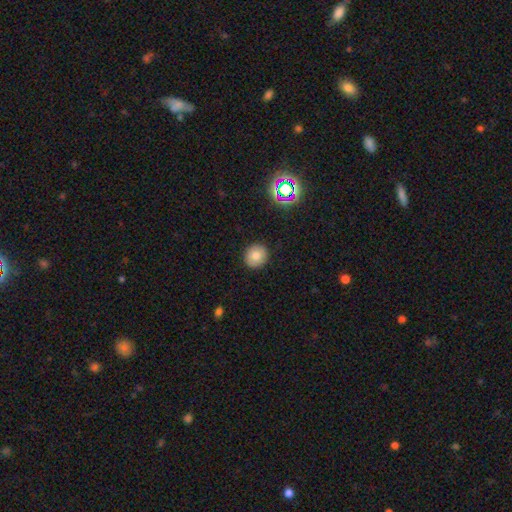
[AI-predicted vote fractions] Morphology: type=smooth (77%); roundness=round (85%); merging=none (90%).